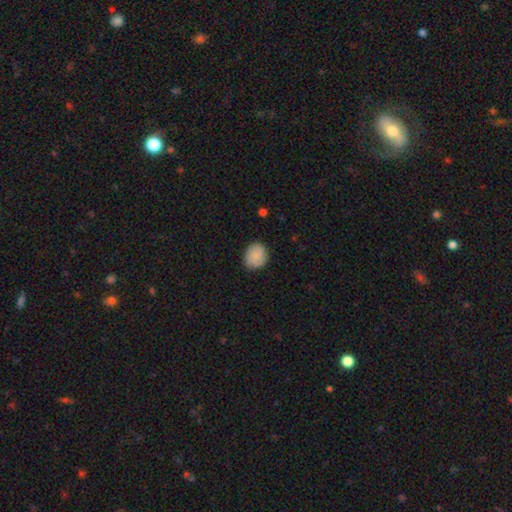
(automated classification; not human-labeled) This appears to be a smooth galaxy with no disk features (86%) that is round (67%). Merging: none (84%).